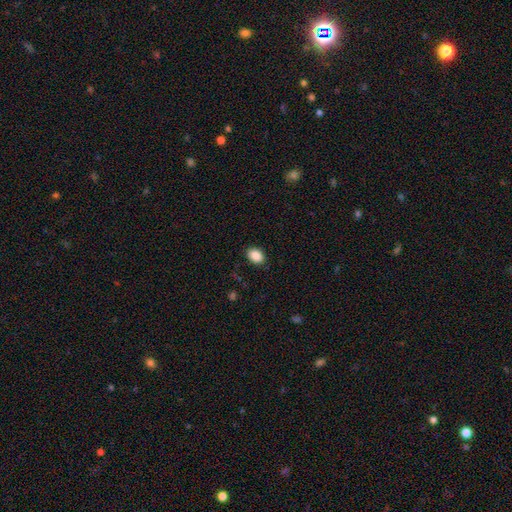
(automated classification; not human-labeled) Overall: smooth (89%). How rounded: in between (77%). Merging: none (88%).